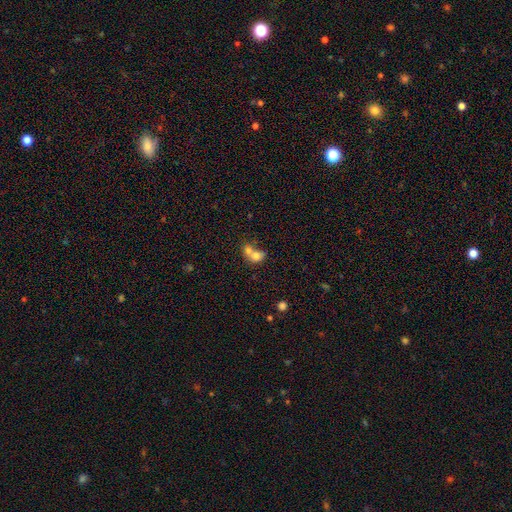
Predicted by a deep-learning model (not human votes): Q: Smooth or featured?
A: smooth (71%); runner-up: featured or disk (19%)
Q: How rounded?
A: round (53%); runner-up: in between (46%)
Q: Merging?
A: merger (71%); runner-up: none (19%)